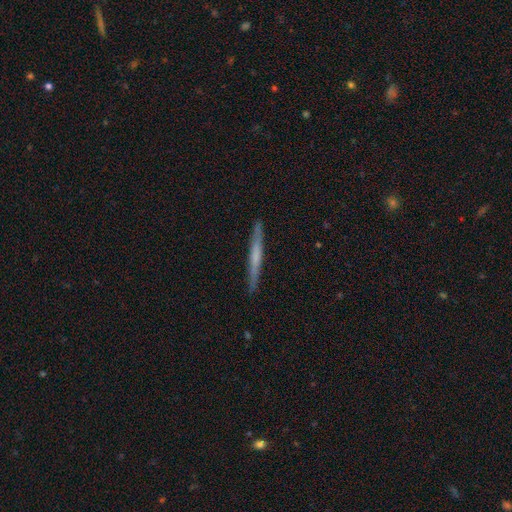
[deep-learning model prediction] A featured or disk galaxy (51%) viewed edge-on (97%).

Vote fractions:
- Smooth or featured? featured or disk: 51% / smooth: 43% / star or artifact: 6%
- Edge-on disk? yes: 97% / no: 3%
- Merging? none: 91% / minor disturbance: 7% / major disturbance: 1% / merger: 1%